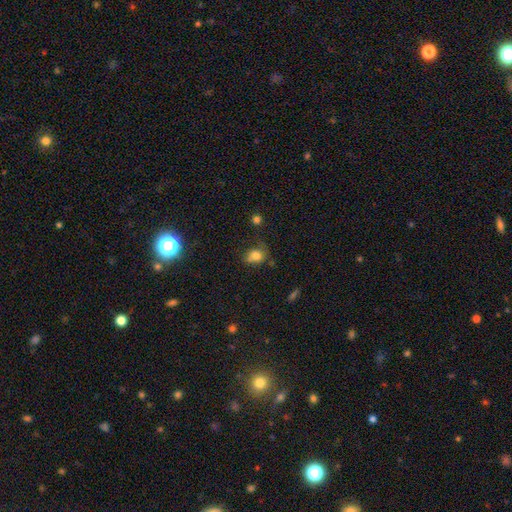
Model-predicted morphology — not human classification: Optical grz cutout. It shows a smooth galaxy with no disk features (77%) that is in between round and cigar-shaped (51%). Merging: none (47%).